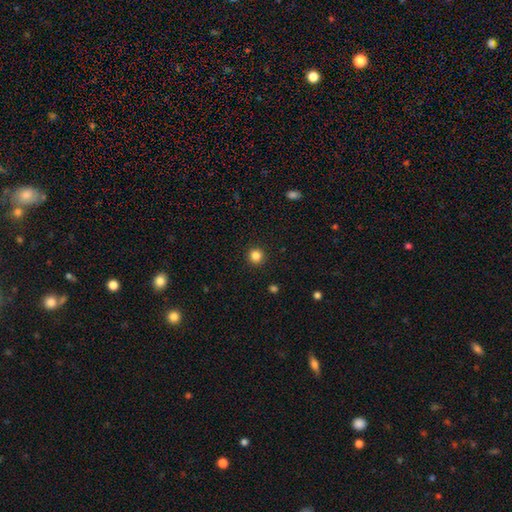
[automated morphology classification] Smooth or featured? Predicted: smooth (p=0.85). How rounded? Predicted: round (p=0.94). Merging? Predicted: none (p=0.92).